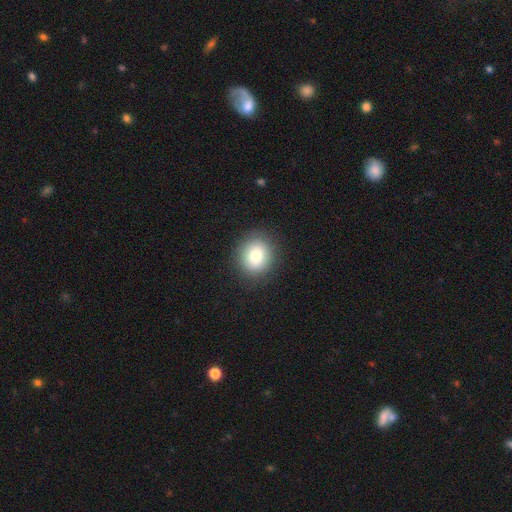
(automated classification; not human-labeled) Smooth or featured? Predicted: smooth (p=0.79). How rounded? Predicted: round (p=0.83). Merging? Predicted: none (p=0.89).